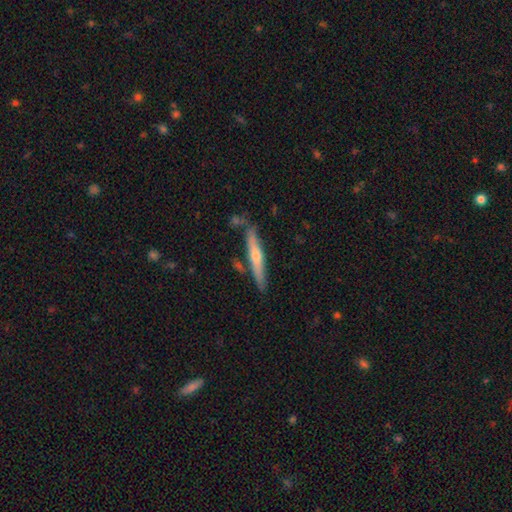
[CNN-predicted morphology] smooth-or-featured: featured or disk: 63% | smooth: 31% | star or artifact: 6%
  disk-edge-on: yes: 95% | no: 5%
    edge-on-bulge: rounded: 79% | none: 17% | boxy: 4%
  merging: none: 81% | minor disturbance: 12% | merger: 5% | major disturbance: 2%